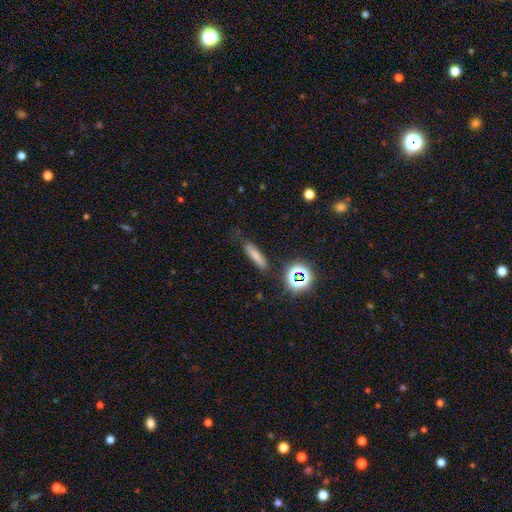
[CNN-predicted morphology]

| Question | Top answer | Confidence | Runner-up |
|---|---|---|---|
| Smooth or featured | smooth | 71% | star or artifact (17%) |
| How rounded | cigar-shaped | 75% | in between (20%) |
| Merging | none | 77% | minor disturbance (15%) |